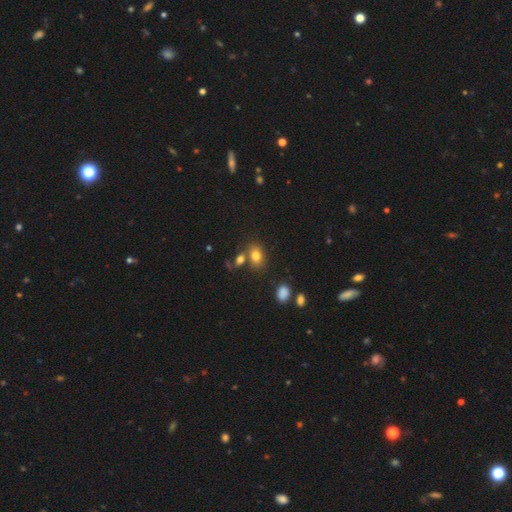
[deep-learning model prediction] smooth_or_featured: smooth (p=0.80) [alt: star or artifact p=0.11]
how_rounded: in between (p=0.76) [alt: round p=0.22]
merging: none (p=0.64) [alt: merger p=0.18]